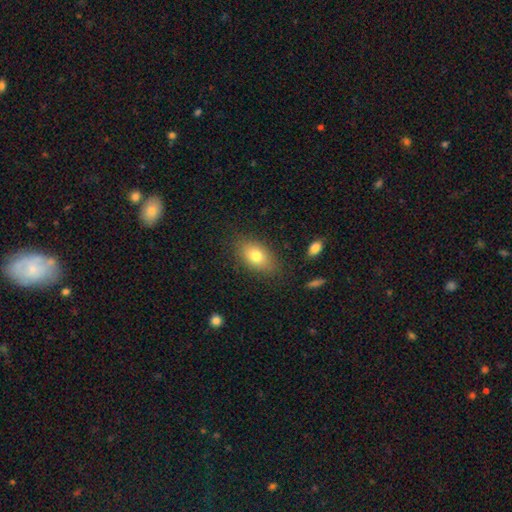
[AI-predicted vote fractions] Morphology: type=smooth (77%); roundness=in between (86%); merging=none (81%).